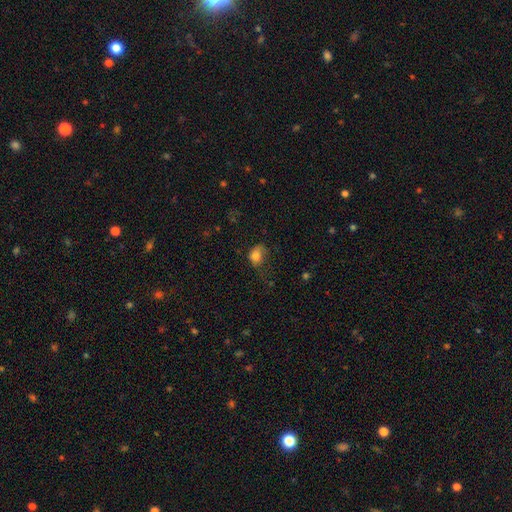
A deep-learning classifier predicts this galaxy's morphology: The model was most divided on "merging": none: 38%, minor disturbance: 35%, major disturbance: 24%, merger: 2%. More confident: smooth or featured — smooth (81%); how rounded — in between (60%).